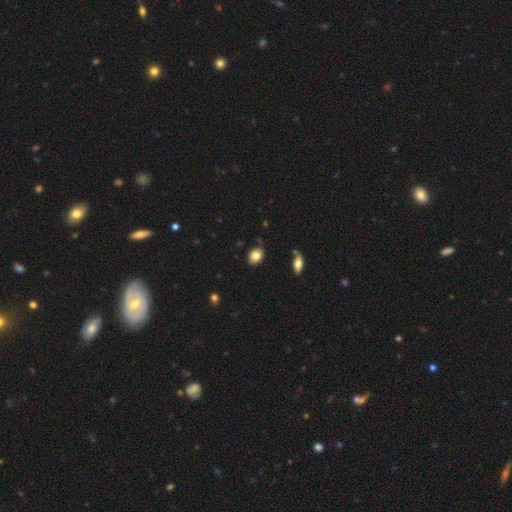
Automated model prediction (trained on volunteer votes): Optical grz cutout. It shows a smooth galaxy with no disk features (81%) that is in between round and cigar-shaped (63%). Merging: none (84%).